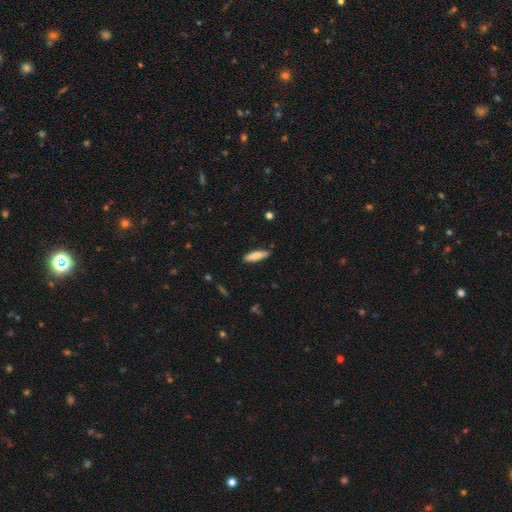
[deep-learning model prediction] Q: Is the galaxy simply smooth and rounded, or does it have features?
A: smooth — 80%.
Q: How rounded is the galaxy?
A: cigar-shaped — 59%.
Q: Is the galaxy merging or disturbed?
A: none — 88%.